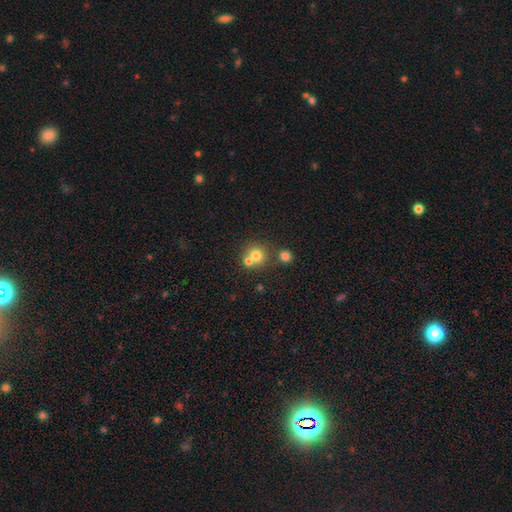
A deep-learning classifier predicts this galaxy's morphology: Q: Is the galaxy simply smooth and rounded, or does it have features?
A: smooth — 72%.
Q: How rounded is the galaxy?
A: round — 89%.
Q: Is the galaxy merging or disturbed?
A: none — 52%.